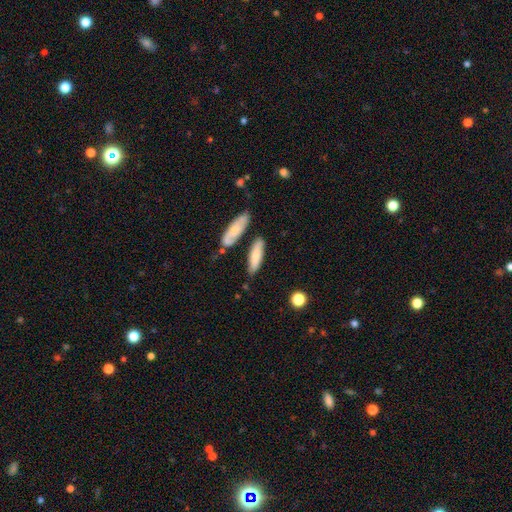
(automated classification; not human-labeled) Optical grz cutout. It shows a smooth galaxy with no disk features (73%) that is cigar-shaped (58%). Merging: none (72%).